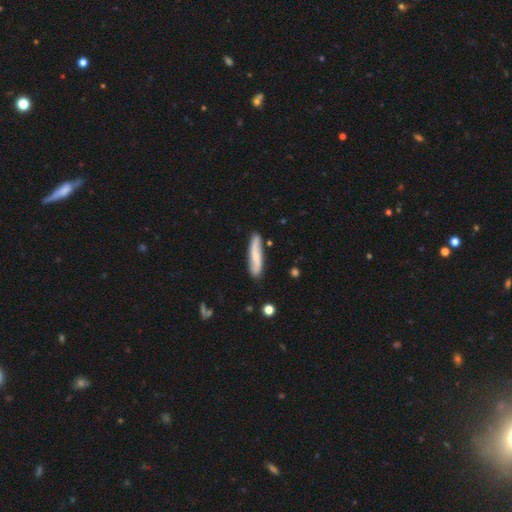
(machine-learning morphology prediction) This appears to be a smooth galaxy with no disk features (51%) that is cigar-shaped (80%). Merging: none (82%).